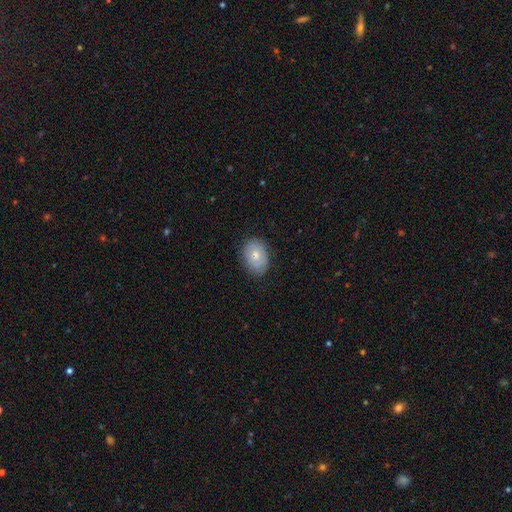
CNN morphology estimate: This appears to be a smooth galaxy with no disk features (70%) that is in between round and cigar-shaped (74%). Merging: none (81%).